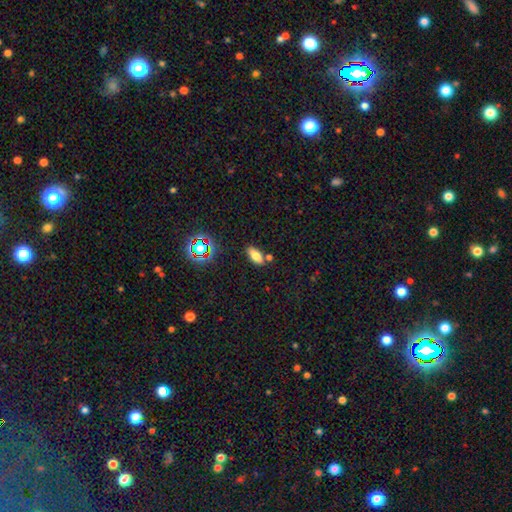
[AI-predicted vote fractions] smooth 71%, star or artifact 15%, featured or disk 14%. Down the decision tree: how rounded — in between (82%); merging — none (77%).